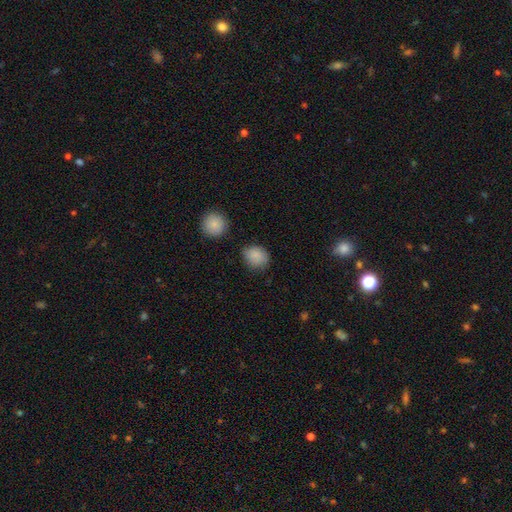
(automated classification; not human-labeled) Overall: smooth (86%). How rounded: round (63%; in between 36%). Merging: none (76%).